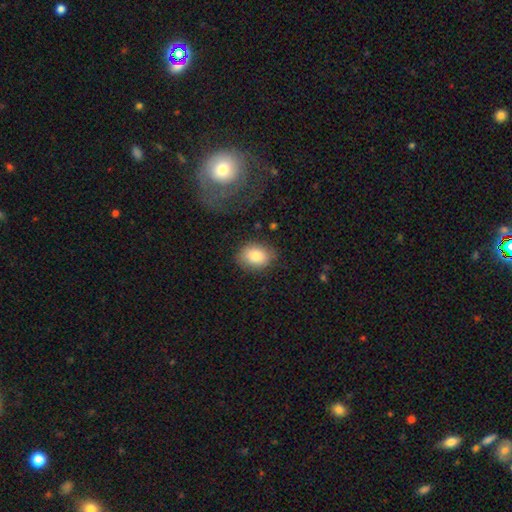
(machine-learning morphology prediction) Smooth or featured? Predicted: smooth (p=0.83). How rounded? Predicted: in between (p=0.62). Merging? Predicted: none (p=0.81).